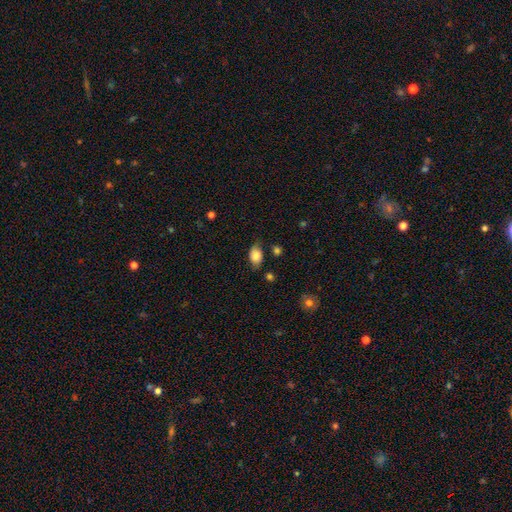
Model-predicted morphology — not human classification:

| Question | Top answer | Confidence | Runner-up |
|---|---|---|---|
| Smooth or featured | smooth | 80% | featured or disk (12%) |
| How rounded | in between | 87% | round (12%) |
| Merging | none | 69% | minor disturbance (23%) |